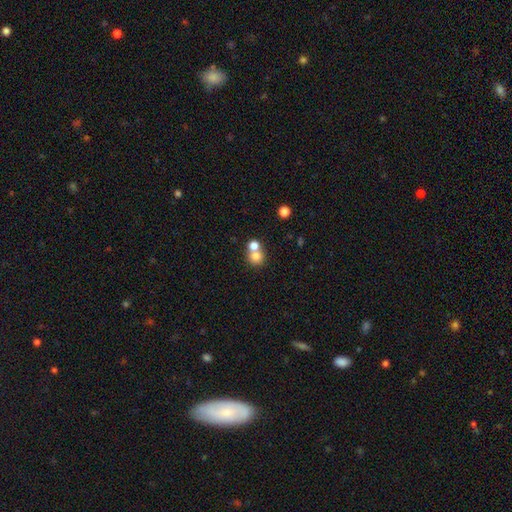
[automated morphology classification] Q: Smooth or featured?
A: smooth (77%); runner-up: star or artifact (12%)
Q: How rounded?
A: round (85%); runner-up: in between (14%)
Q: Merging?
A: merger (48%); runner-up: none (43%)